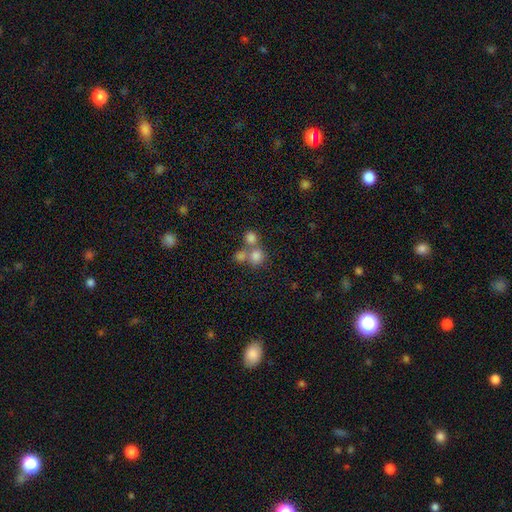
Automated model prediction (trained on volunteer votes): This is likely a smooth galaxy (75%). How rounded: clearly round (84%). Merging: possibly merger (47%).